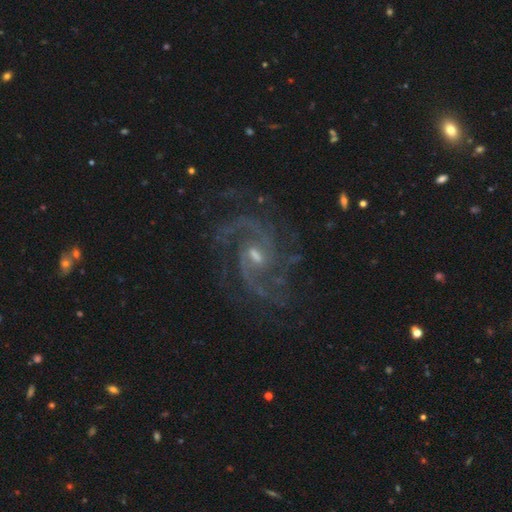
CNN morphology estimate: The model was most divided on "bulge size": small: 48%, moderate: 43%, none: 5%, large: 3%, dominant: 1%. More confident: spiral arms — yes (98%); edge-on disk — no (98%); smooth or featured — featured or disk (92%); merging — none (71%); bar — weak (59%); spiral winding — medium (57%); spiral arm count — 2 (55%).